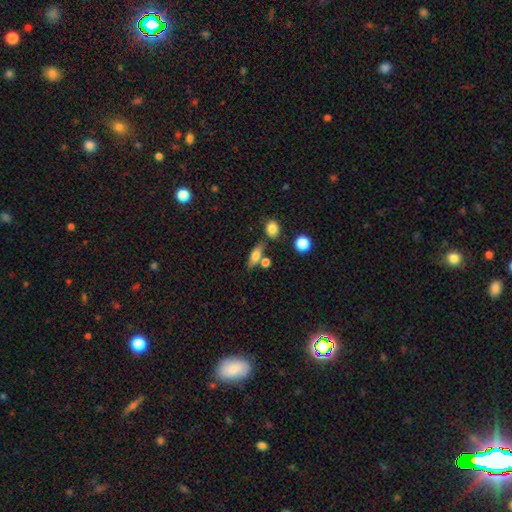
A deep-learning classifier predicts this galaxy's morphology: Smooth or featured? smooth (70%)
How rounded? in between (62%)
Merging? none (65%)